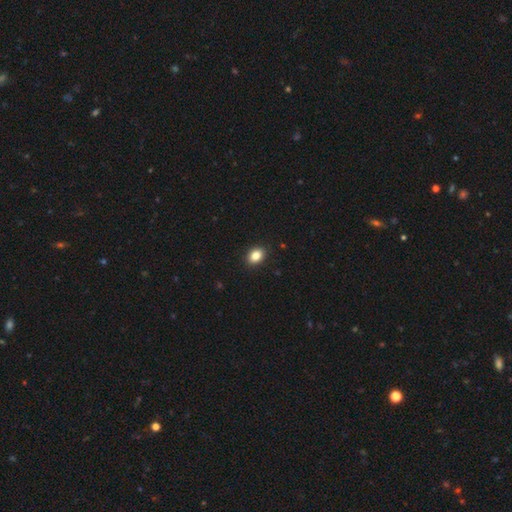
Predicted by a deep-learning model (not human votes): smooth-or-featured: smooth: 86% | star or artifact: 9% | featured or disk: 5%
  how-rounded: in between: 73% | round: 26% | cigar-shaped: 1%
  merging: none: 91% | minor disturbance: 7% | major disturbance: 2% | merger: 1%